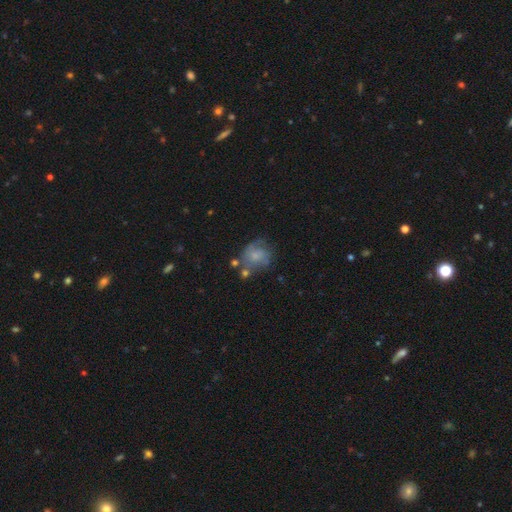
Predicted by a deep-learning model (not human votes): A smooth galaxy with no disk features (49%).

Vote fractions:
- Smooth or featured? smooth: 49% / featured or disk: 42% / star or artifact: 10%
- Merging? none: 44% / minor disturbance: 26% / major disturbance: 19% / merger: 11%